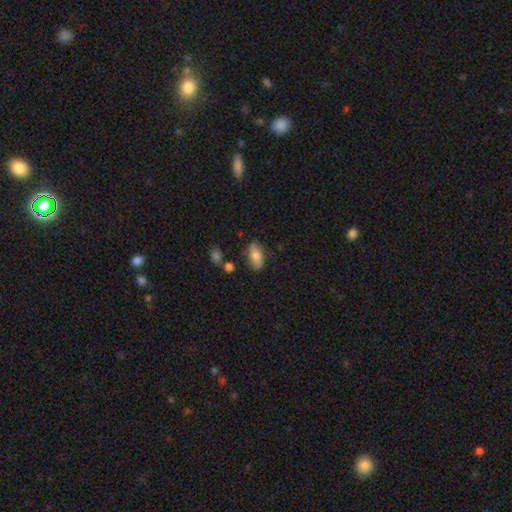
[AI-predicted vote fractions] Smooth or featured: smooth — 75% (featured or disk — 18%)
How rounded: in between — 87% (cigar-shaped — 9%)
Merging: none — 79% (minor disturbance — 14%)